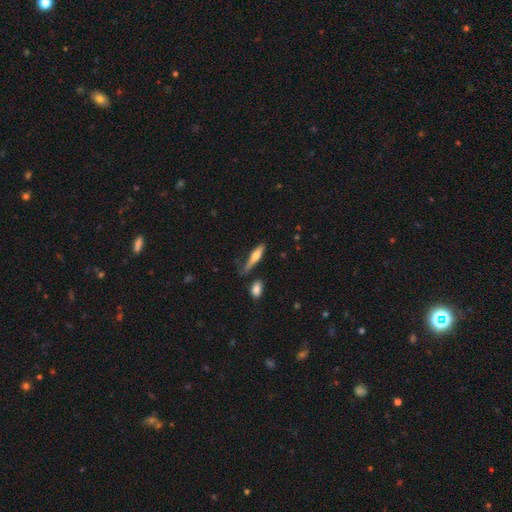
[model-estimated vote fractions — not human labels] smooth_or_featured: smooth (p=0.55) [alt: featured or disk p=0.39]
how_rounded: cigar-shaped (p=0.77) [alt: in between p=0.21]
merging: none (p=0.64) [alt: minor disturbance p=0.23]